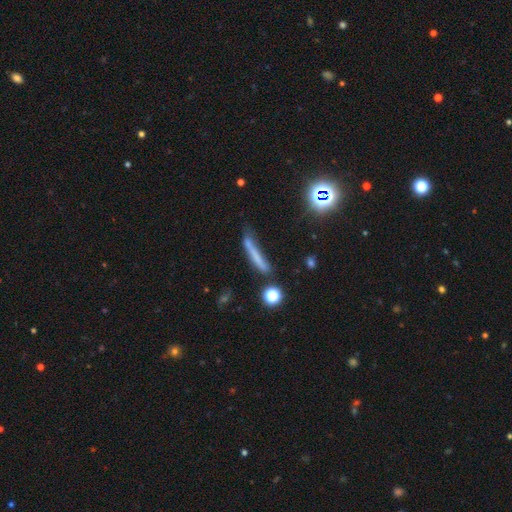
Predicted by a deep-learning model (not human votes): This appears to be a smooth galaxy with no disk features (57%) that is cigar-shaped (90%). Merging: none (54%).